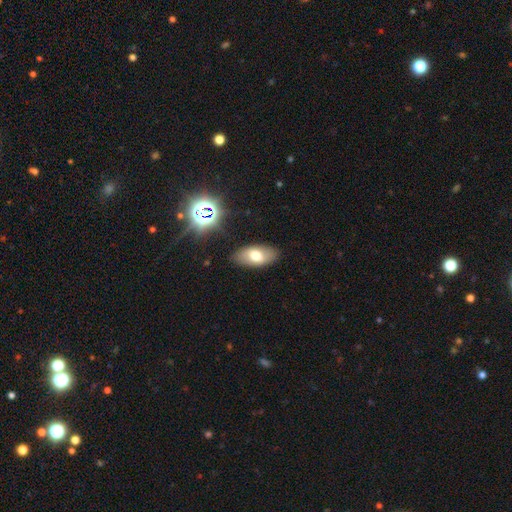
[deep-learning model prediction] Overall: smooth (68%). How rounded: in between (92%). Merging: none (86%).